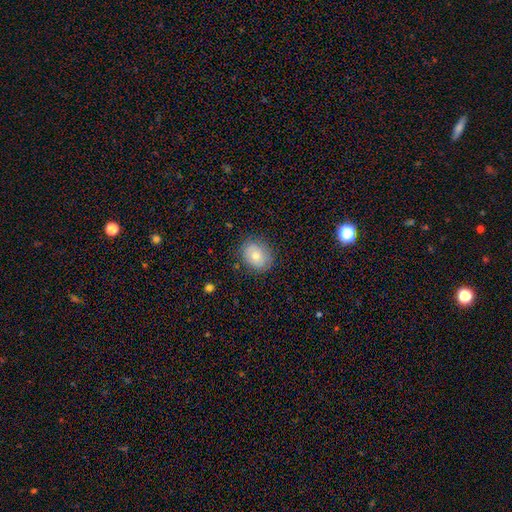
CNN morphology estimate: Smooth or featured?
  - smooth: 70% *
  - featured or disk: 21%
  - star or artifact: 9%
How rounded?
  - round: 52% *
  - in between: 47%
  - cigar-shaped: 1%
Merging?
  - none: 81% *
  - minor disturbance: 14%
  - major disturbance: 4%
  - merger: 1%